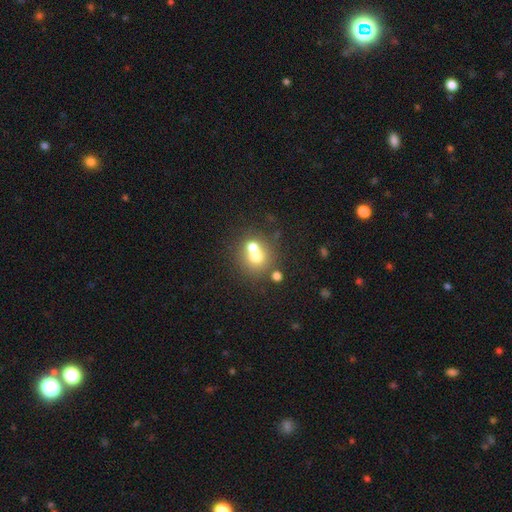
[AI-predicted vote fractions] The model was most divided on "merging": merger: 49%, none: 41%, minor disturbance: 7%, major disturbance: 3%. More confident: how rounded — round (83%); smooth or featured — smooth (65%).